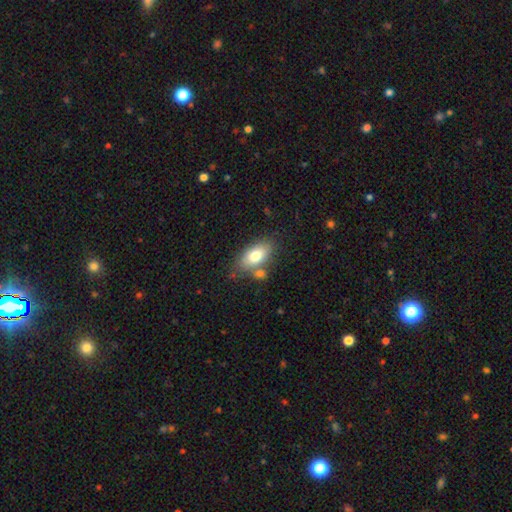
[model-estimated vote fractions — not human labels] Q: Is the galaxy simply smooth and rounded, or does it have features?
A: smooth — 76%.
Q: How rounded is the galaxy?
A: in between — 89%.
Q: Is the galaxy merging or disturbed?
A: none — 64%.